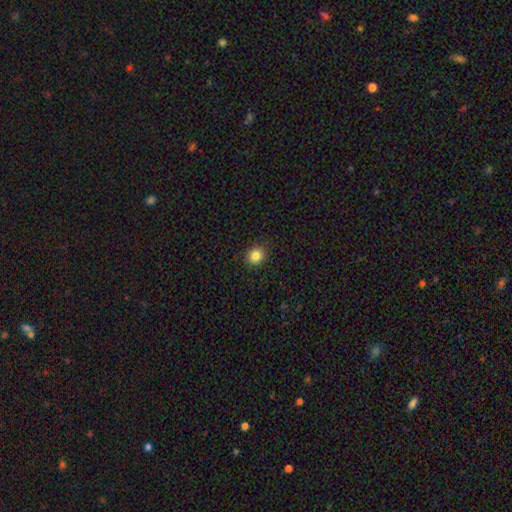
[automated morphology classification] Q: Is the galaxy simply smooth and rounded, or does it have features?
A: smooth — 84%.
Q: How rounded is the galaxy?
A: round — 78%.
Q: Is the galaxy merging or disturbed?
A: none — 90%.